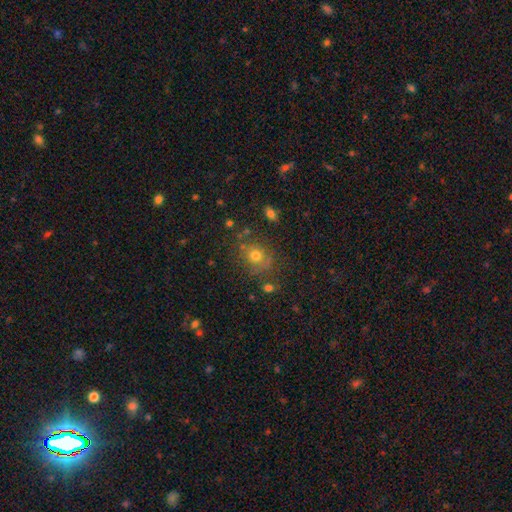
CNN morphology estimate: Overall: smooth (71%). How rounded: round (66%; in between 33%). Merging: none (70%).